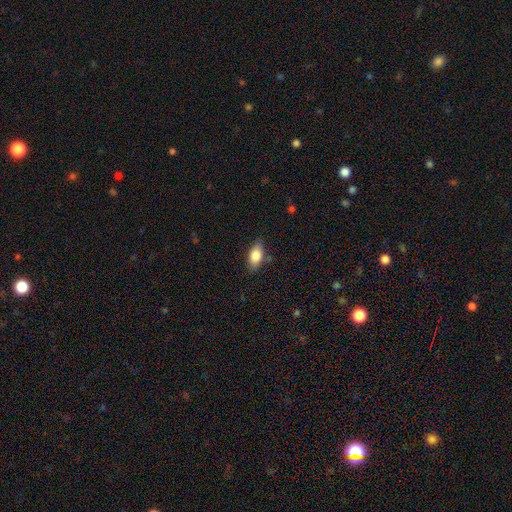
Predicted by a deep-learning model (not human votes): Smooth or featured: smooth — 79% (featured or disk — 14%)
How rounded: in between — 87% (cigar-shaped — 8%)
Merging: none — 80% (minor disturbance — 15%)